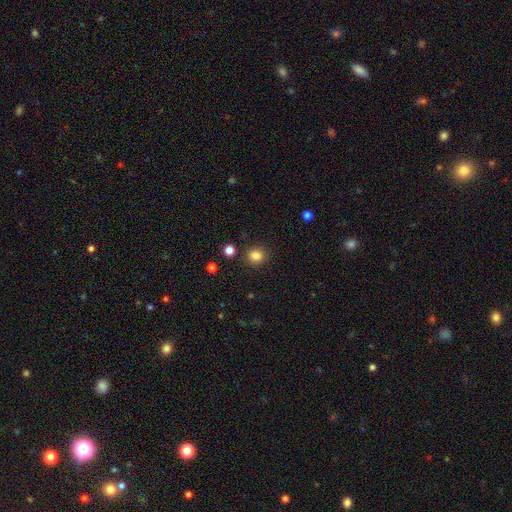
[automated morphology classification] A smooth galaxy with no disk features (84%) that is round (83%). Merging: none (88%).